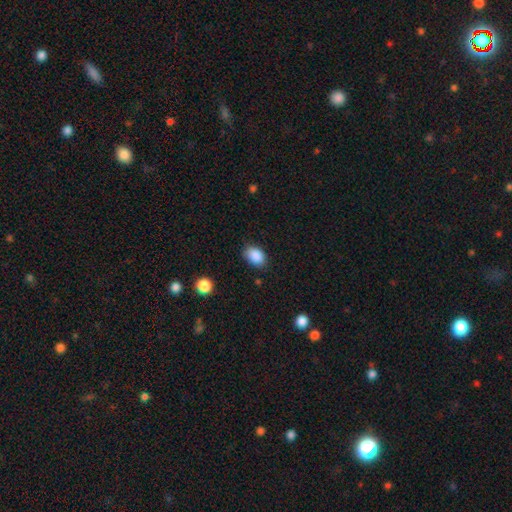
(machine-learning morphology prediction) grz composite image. It shows a smooth galaxy with no disk features (88%) that is in between round and cigar-shaped (83%). Merging: none (81%).